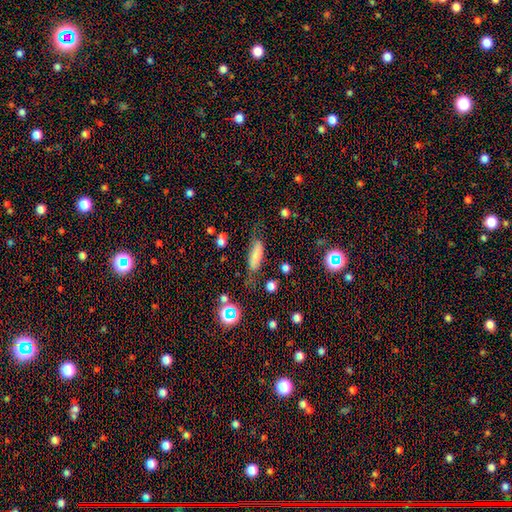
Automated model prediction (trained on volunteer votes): Overall: smooth (73%). How rounded: in between (61%; cigar-shaped 36%). Merging: none (65%).